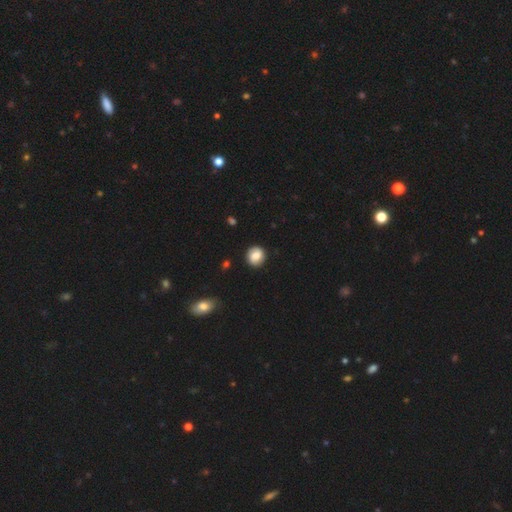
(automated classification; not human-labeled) Smooth or featured: smooth — 80% (featured or disk — 12%)
How rounded: round — 82% (in between — 17%)
Merging: none — 87% (minor disturbance — 10%)